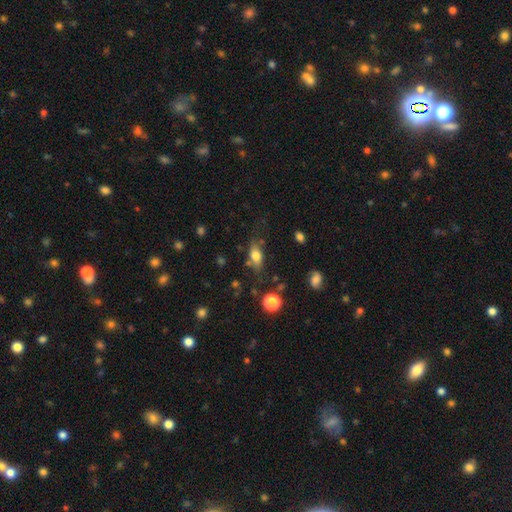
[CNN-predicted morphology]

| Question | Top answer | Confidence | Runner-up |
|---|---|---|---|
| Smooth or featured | smooth | 75% | featured or disk (15%) |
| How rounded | in between | 79% | cigar-shaped (11%) |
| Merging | none | 66% | minor disturbance (21%) |